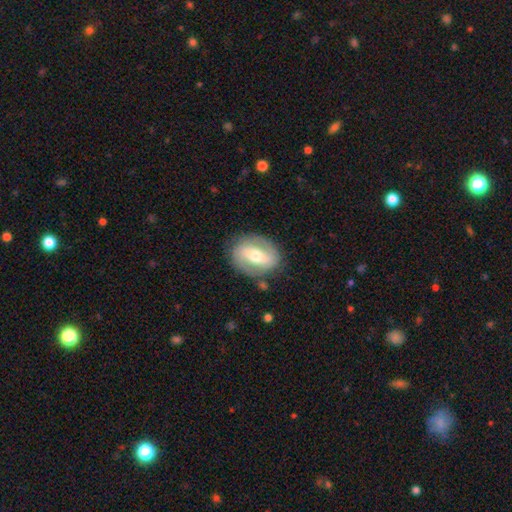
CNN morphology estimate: Smooth or featured? featured or disk (64%)
Edge-on disk? no (94%)
Bar? strong (45%)
Spiral arms? yes (64%)
Bulge size? moderate (67%)
Merging? none (82%)